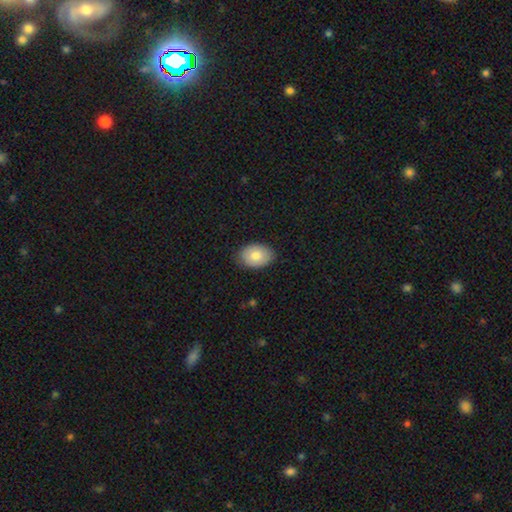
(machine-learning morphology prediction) Smooth or featured: smooth — 79% (featured or disk — 15%)
How rounded: in between — 80% (round — 19%)
Merging: none — 85% (minor disturbance — 12%)